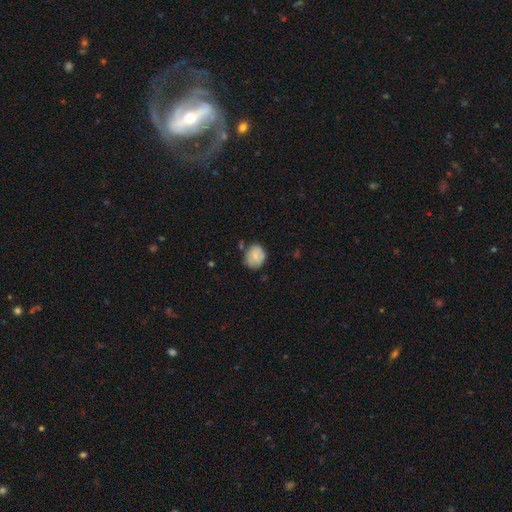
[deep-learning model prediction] Morphology: type=smooth (79%); roundness=round (63%); merging=none (67%).